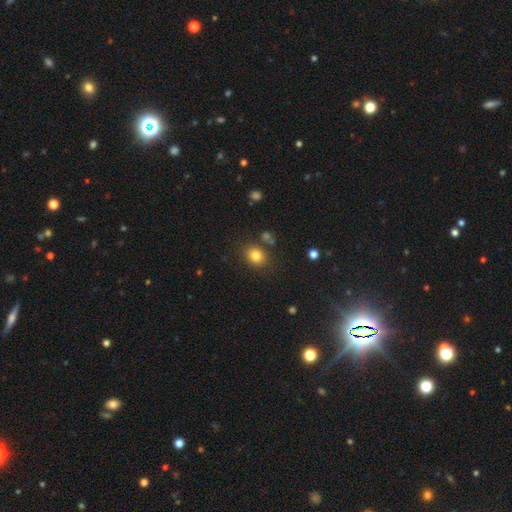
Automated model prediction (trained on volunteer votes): The model was most divided on "how rounded": round: 69%, in between: 30%, cigar-shaped: 1%. More confident: merging — none (81%); smooth or featured — smooth (80%).